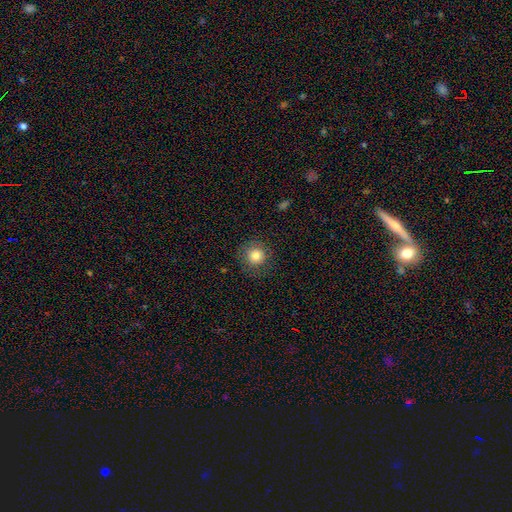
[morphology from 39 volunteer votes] smooth 87%, star or artifact 8%, featured or disk 5%. Down the decision tree: how rounded — round (88%); merging — none (86%).